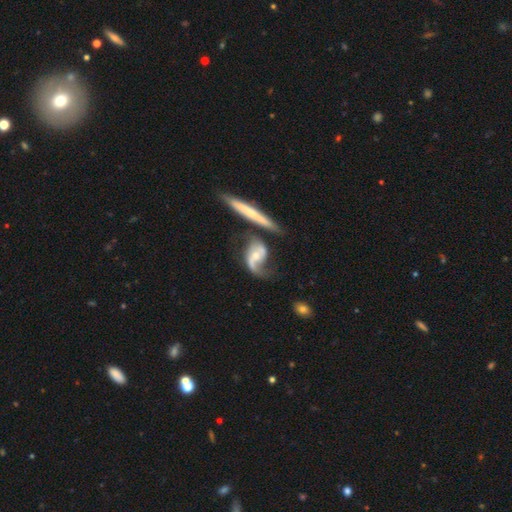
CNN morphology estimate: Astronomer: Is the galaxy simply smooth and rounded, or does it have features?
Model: featured or disk — 80%.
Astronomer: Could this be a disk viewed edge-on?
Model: no — 93%.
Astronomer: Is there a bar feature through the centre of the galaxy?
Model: no — 54% (runner-up: weak, 31%).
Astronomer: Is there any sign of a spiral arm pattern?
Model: yes — 93%.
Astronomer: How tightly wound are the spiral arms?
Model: loose — 65%.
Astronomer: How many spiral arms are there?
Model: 2 — 72%.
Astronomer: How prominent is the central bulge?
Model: moderate — 48% (runner-up: small, 44%).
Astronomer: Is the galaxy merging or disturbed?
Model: none — 43% (runner-up: major disturbance, 20%).